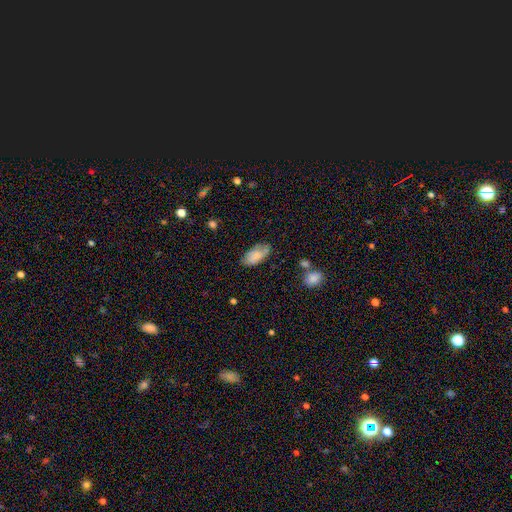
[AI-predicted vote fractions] This appears to be a smooth galaxy with no disk features (76%) that is in between round and cigar-shaped (91%). Merging: none (67%).